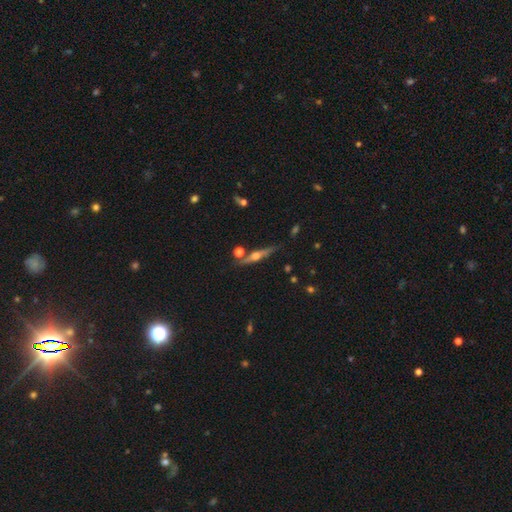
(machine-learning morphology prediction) Smooth or featured? Predicted: featured or disk (p=0.73). Edge-on disk? Predicted: yes (p=0.97). Edge-on bulge? Predicted: rounded (p=0.90). Merging? Predicted: none (p=0.82).